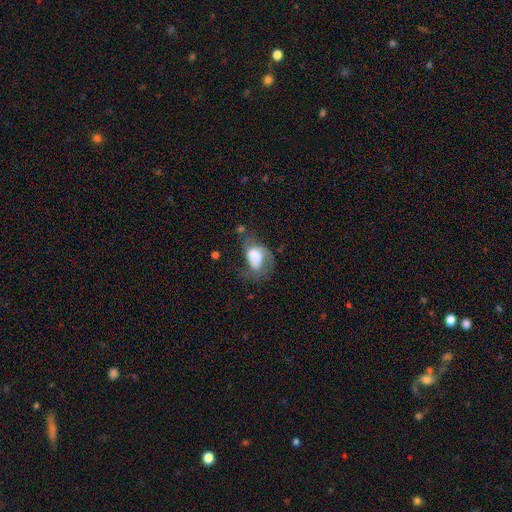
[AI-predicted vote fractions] smooth-or-featured: smooth: 54% | featured or disk: 37% | star or artifact: 9%
  how-rounded: in between: 83% | round: 15% | cigar-shaped: 2%
  merging: major disturbance: 42% | minor disturbance: 26% | none: 26% | merger: 5%